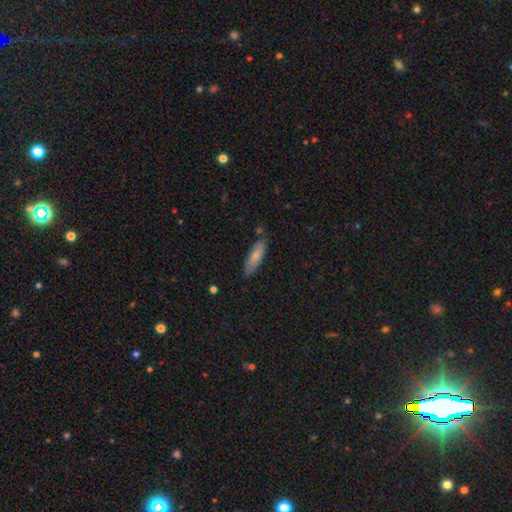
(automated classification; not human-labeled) This is likely a smooth galaxy (77%). How rounded: possibly cigar-shaped (59%). Merging: likely none (78%).